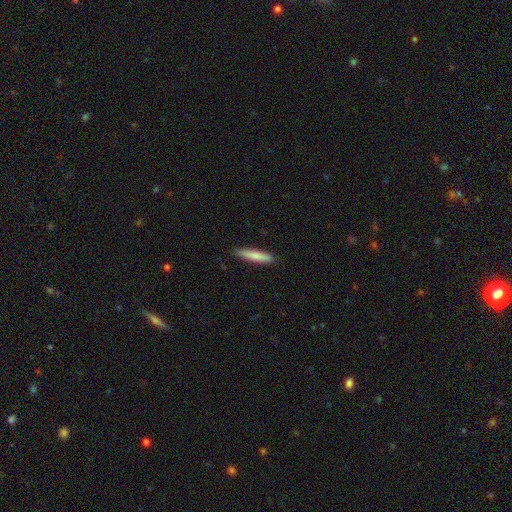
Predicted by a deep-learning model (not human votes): smooth_or_featured: smooth (p=0.81) [alt: featured or disk p=0.14]
how_rounded: cigar-shaped (p=0.89) [alt: in between p=0.10]
merging: none (p=0.88) [alt: minor disturbance p=0.09]